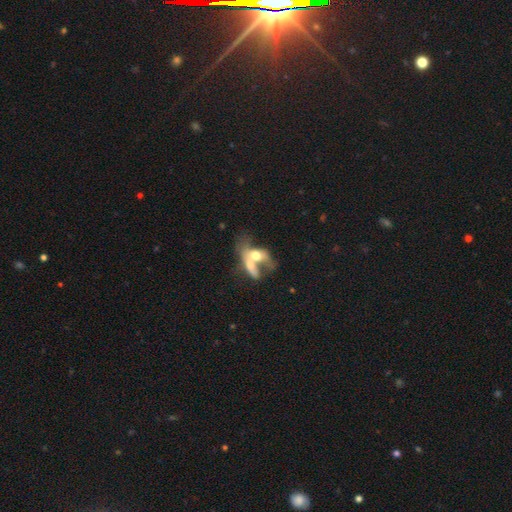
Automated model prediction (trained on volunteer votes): Smooth or featured? Predicted: smooth (p=0.51). How rounded? Predicted: in between (p=0.74). Merging? Predicted: merger (p=0.74).